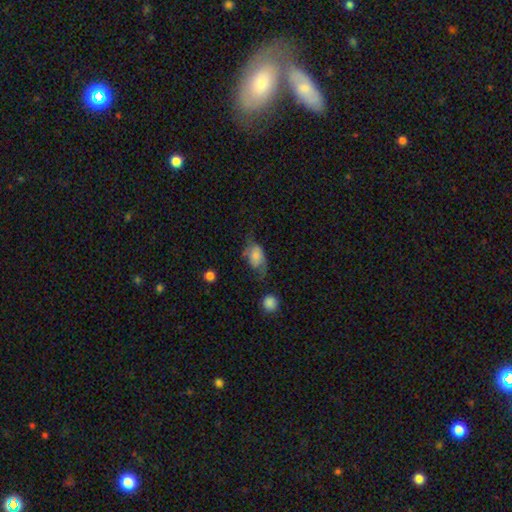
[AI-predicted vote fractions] smooth 59%, featured or disk 32%, star or artifact 8%. Down the decision tree: how rounded — in between (85%); merging — none (37%).